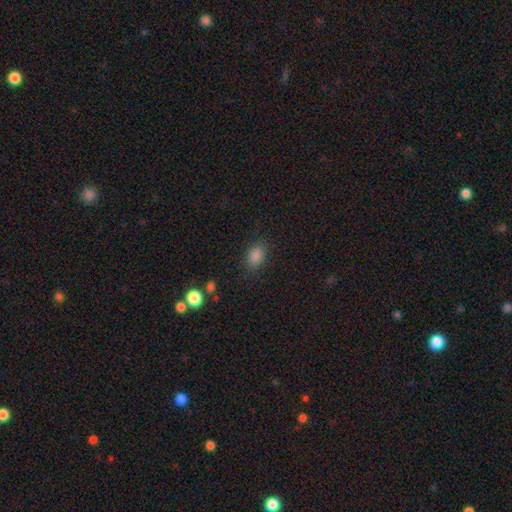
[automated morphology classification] Overall: smooth (83%). How rounded: in between (83%). Merging: none (85%).